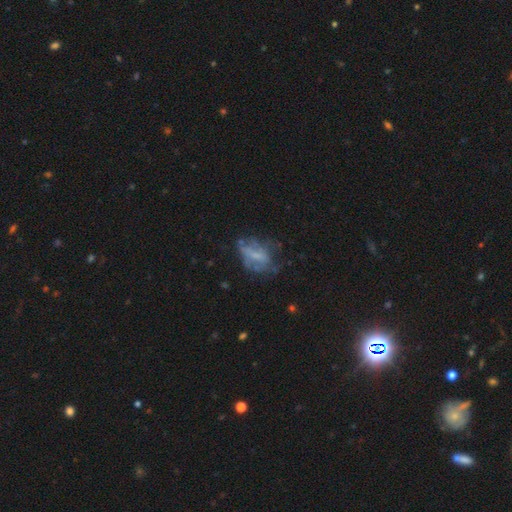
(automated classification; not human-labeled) The model was most divided on "merging": none: 41%, major disturbance: 29%, minor disturbance: 25%, merger: 5%. More confident: edge-on disk — no (93%); smooth or featured — featured or disk (51%).